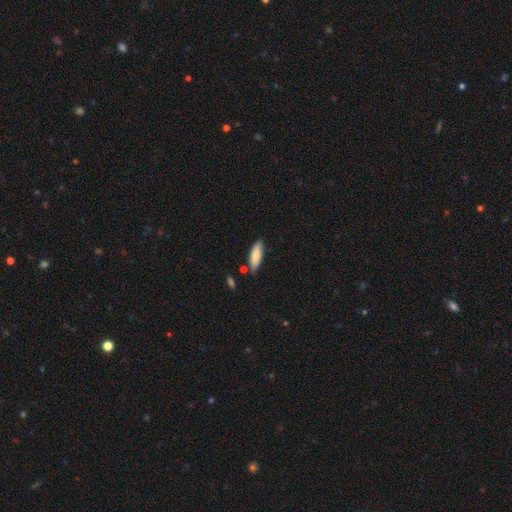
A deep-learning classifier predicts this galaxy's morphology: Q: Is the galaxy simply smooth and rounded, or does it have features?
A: smooth — 82%.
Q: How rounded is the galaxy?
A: in between — 55%.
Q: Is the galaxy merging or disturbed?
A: none — 75%.